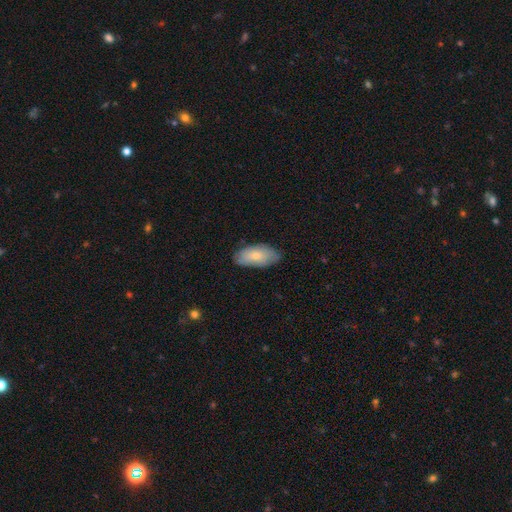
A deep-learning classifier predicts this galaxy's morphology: type=smooth (76%); roundness=in between (93%); merging=none (79%).